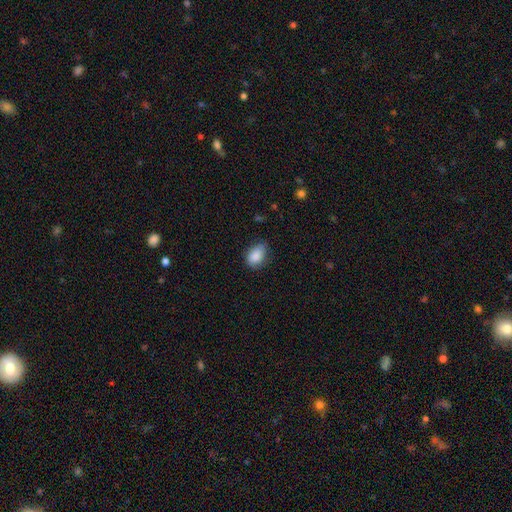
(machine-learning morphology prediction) Smooth or featured? smooth (88%)
How rounded? in between (84%)
Merging? none (63%)